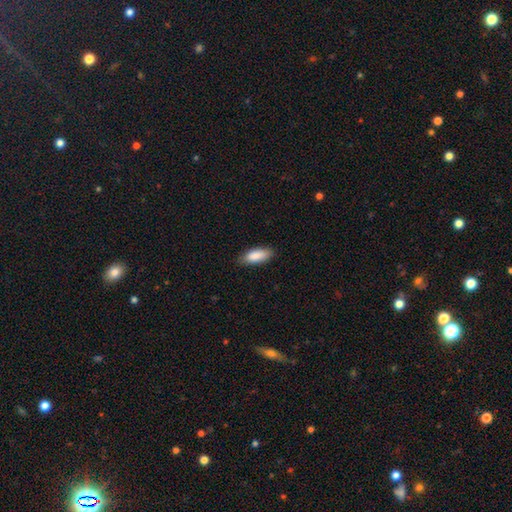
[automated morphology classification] Smooth or featured? smooth (88%)
How rounded? in between (78%)
Merging? none (82%)